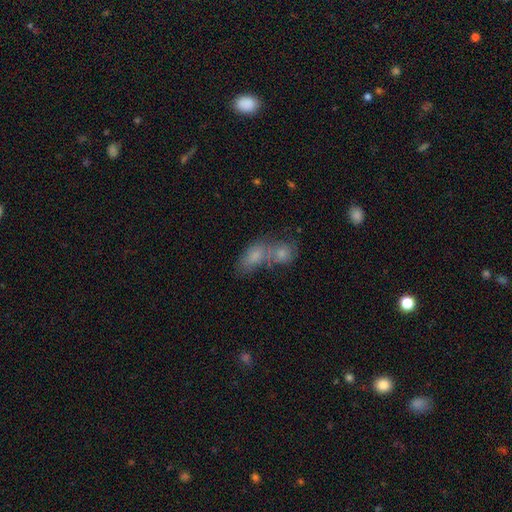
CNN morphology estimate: The model was most divided on "merging": merger: 61%, none: 25%, minor disturbance: 9%, major disturbance: 5%. More confident: how rounded — in between (84%); smooth or featured — smooth (71%).